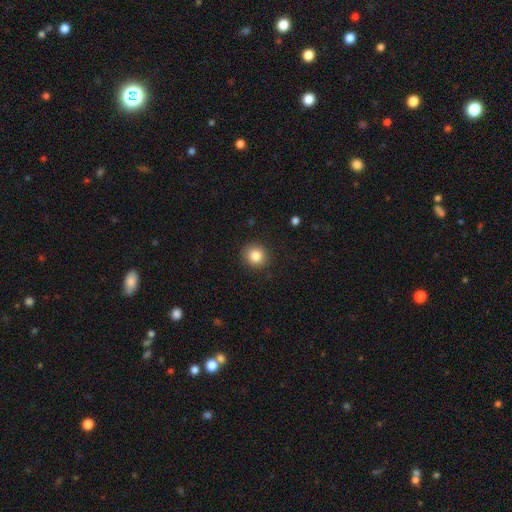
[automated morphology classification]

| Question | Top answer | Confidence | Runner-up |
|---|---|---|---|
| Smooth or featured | smooth | 84% | star or artifact (10%) |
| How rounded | round | 89% | in between (10%) |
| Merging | none | 89% | minor disturbance (7%) |